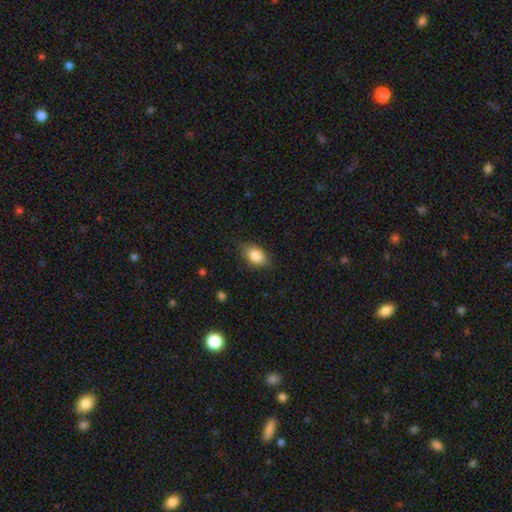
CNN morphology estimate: Overall: smooth (84%). How rounded: in between (86%). Merging: none (80%).